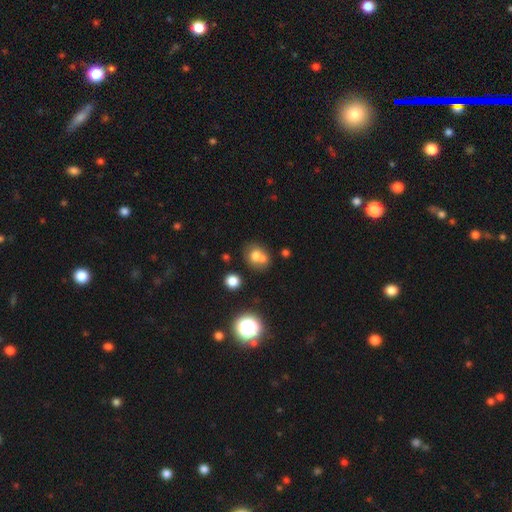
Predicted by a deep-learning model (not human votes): smooth 67%, featured or disk 19%, star or artifact 14%. Down the decision tree: how rounded — round (67%); merging — merger (51%).